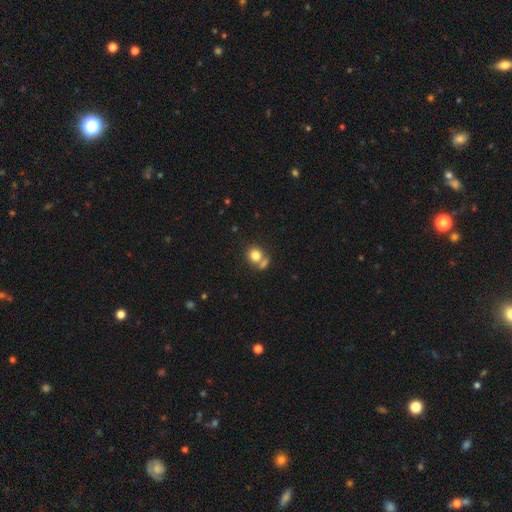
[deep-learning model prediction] Morphology: type=smooth (80%); roundness=round (80%); merging=none (50%).